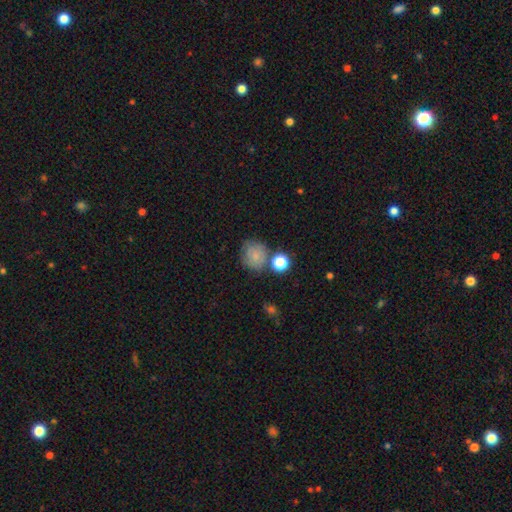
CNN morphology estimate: Q: Smooth or featured?
A: smooth (73%); runner-up: featured or disk (14%)
Q: How rounded?
A: round (82%); runner-up: in between (17%)
Q: Merging?
A: none (62%); runner-up: minor disturbance (18%)